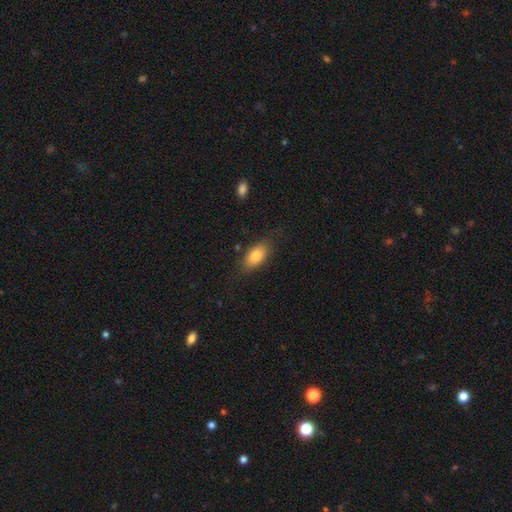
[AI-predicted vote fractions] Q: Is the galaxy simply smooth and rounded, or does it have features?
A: smooth — 79%.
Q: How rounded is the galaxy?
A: in between — 88%.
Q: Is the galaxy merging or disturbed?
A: none — 73%.